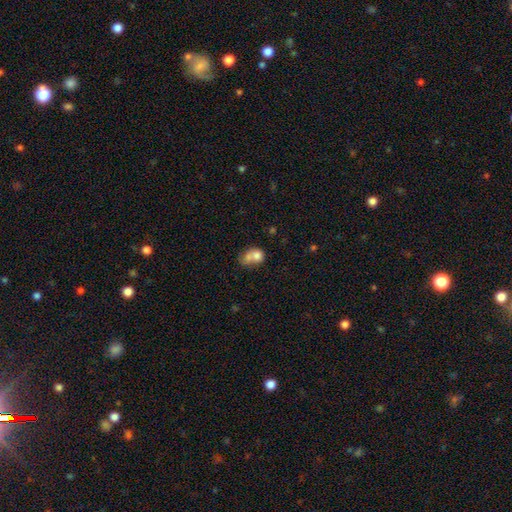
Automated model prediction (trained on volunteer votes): The model was most divided on "how rounded": round: 50%, in between: 49%, cigar-shaped: 1%. More confident: smooth or featured — smooth (72%); merging — merger (62%).